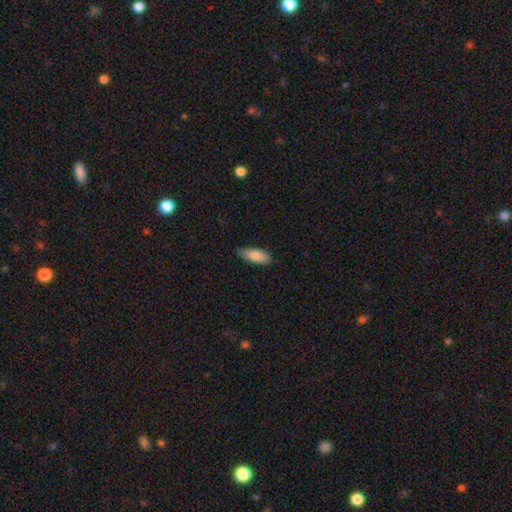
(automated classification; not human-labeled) Morphology: type=smooth (84%); roundness=in between (78%); merging=none (82%).